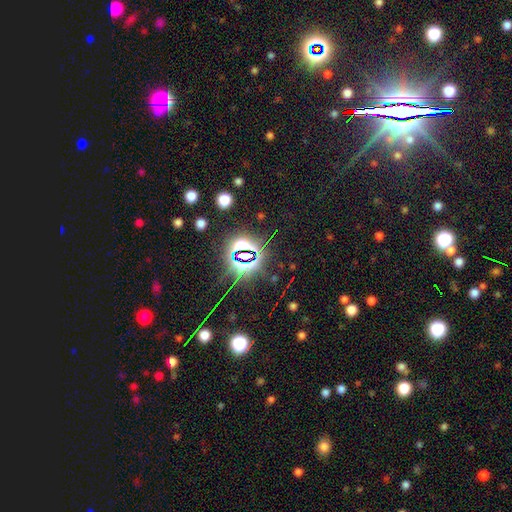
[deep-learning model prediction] star or artifact 80%, smooth 11%, featured or disk 9%.